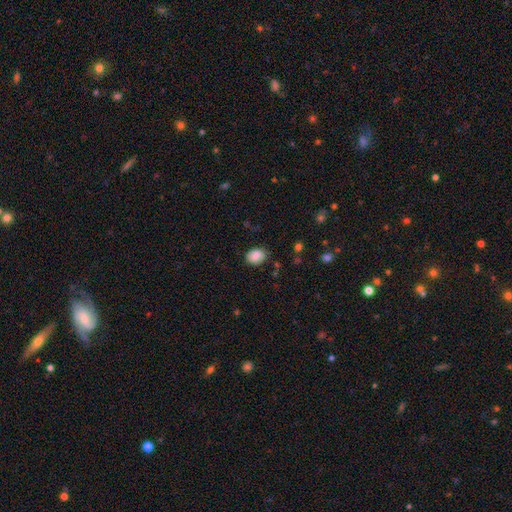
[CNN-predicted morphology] Smooth or featured? Predicted: smooth (p=0.80). How rounded? Predicted: in between (p=0.63). Merging? Predicted: none (p=0.75).